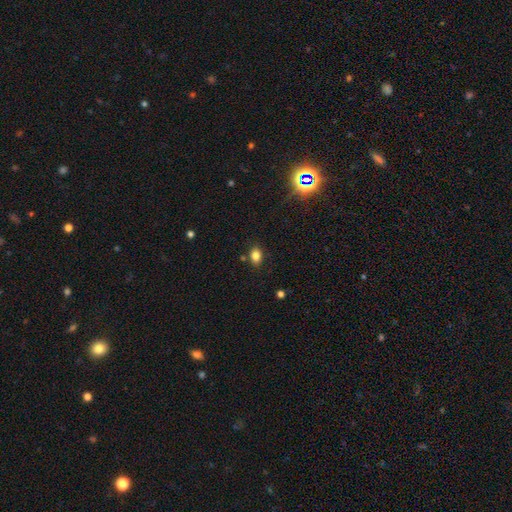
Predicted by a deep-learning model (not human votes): The model was most divided on "how rounded": in between: 79%, round: 19%, cigar-shaped: 2%. More confident: merging — none (82%); smooth or featured — smooth (81%).